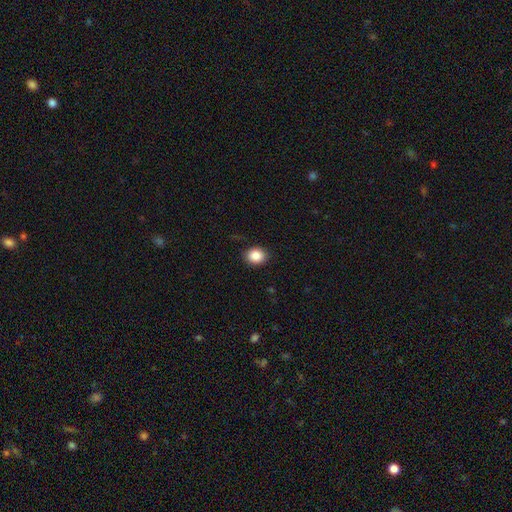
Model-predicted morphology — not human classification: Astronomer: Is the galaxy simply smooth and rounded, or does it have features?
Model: smooth — 87%.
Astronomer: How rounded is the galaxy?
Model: round — 60% (runner-up: in between, 39%).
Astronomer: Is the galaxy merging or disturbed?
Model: none — 87%.